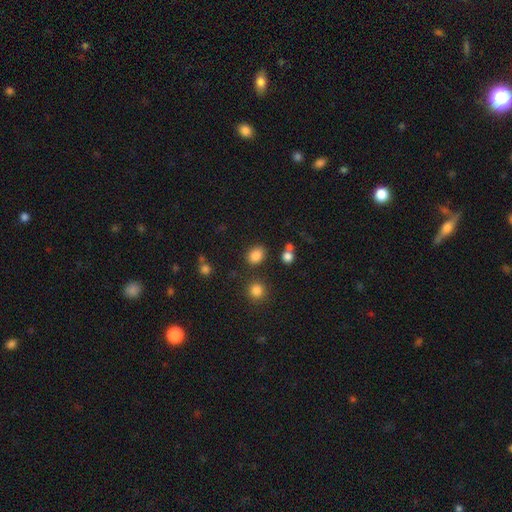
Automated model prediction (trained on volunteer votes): A smooth galaxy with no disk features (84%) that is in between round and cigar-shaped (57%).

Vote fractions:
- Smooth or featured? smooth: 84% / star or artifact: 12% / featured or disk: 4%
- How rounded? in between: 57% / round: 42% / cigar-shaped: 1%
- Merging? none: 79% / minor disturbance: 11% / merger: 6% / major disturbance: 4%